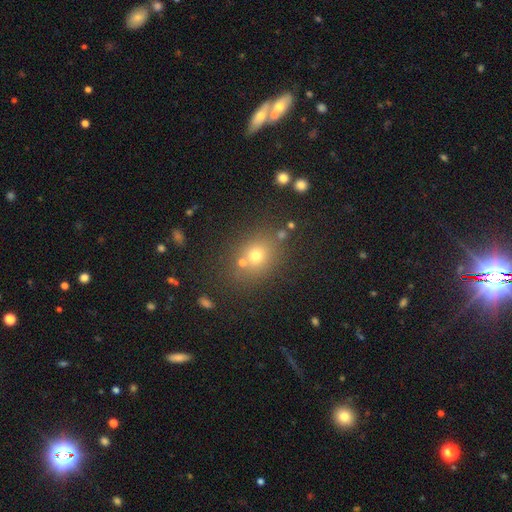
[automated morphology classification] smooth 68%, star or artifact 20%, featured or disk 12%. Down the decision tree: how rounded — round (63%); merging — none (72%).